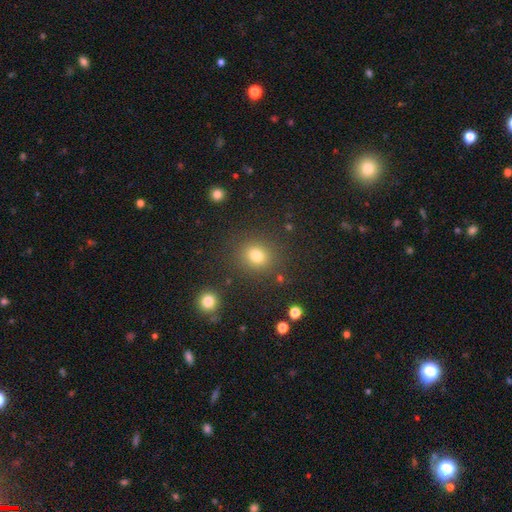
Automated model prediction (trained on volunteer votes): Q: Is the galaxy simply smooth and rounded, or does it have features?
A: smooth — 78%.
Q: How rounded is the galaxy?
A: round — 76%.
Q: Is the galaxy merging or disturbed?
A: none — 85%.